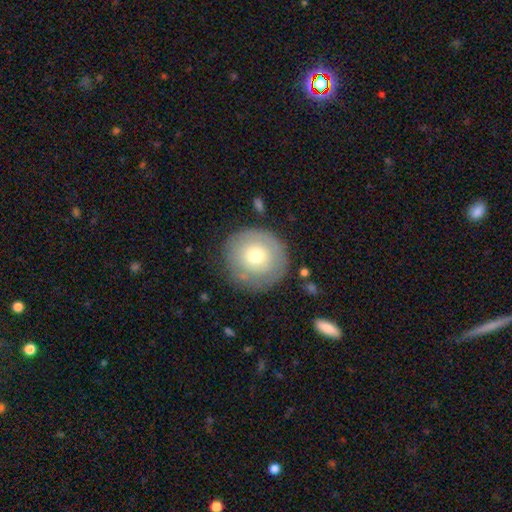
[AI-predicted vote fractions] Overall: smooth (63%; featured or disk 29%). How rounded: round (93%). Merging: none (79%).